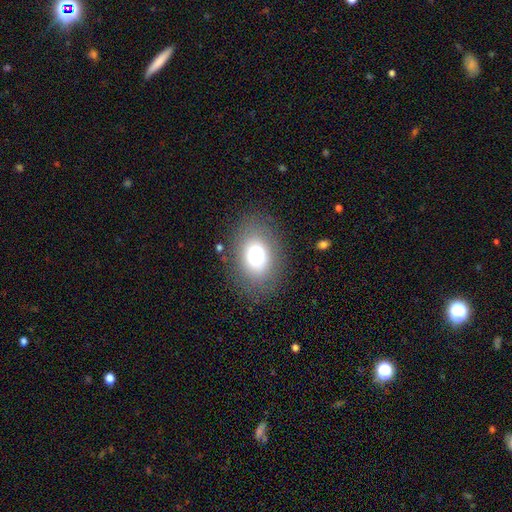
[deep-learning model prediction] Smooth or featured?
  - smooth: 77% *
  - featured or disk: 14%
  - star or artifact: 10%
How rounded?
  - in between: 82% *
  - round: 17%
  - cigar-shaped: 1%
Merging?
  - none: 84% *
  - minor disturbance: 10%
  - major disturbance: 5%
  - merger: 1%